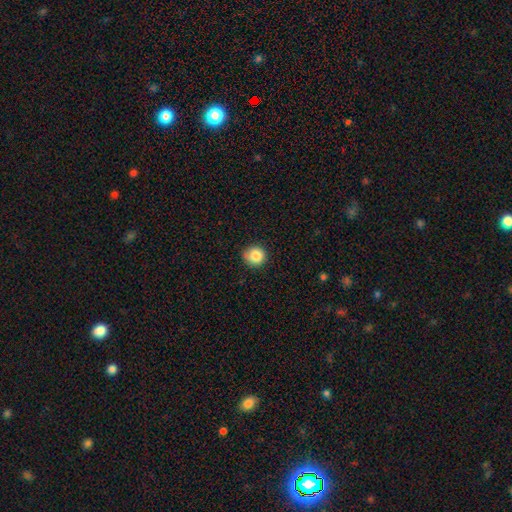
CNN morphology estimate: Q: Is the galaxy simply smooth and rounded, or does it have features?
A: smooth — 85%.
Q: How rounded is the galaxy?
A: round — 91%.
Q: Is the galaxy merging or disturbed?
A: none — 81%.